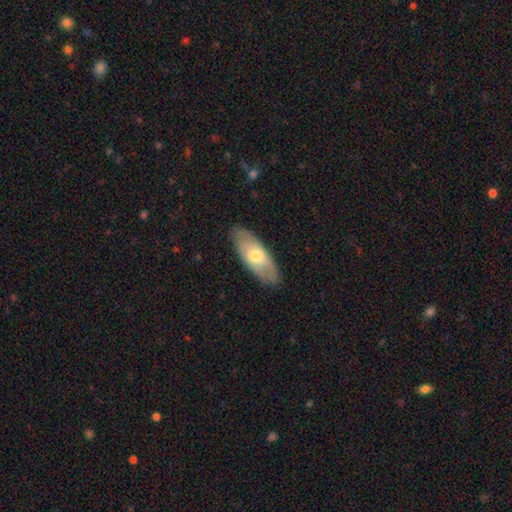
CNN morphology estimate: Smooth or featured? smooth (57%)
How rounded? in between (78%)
Merging? none (84%)